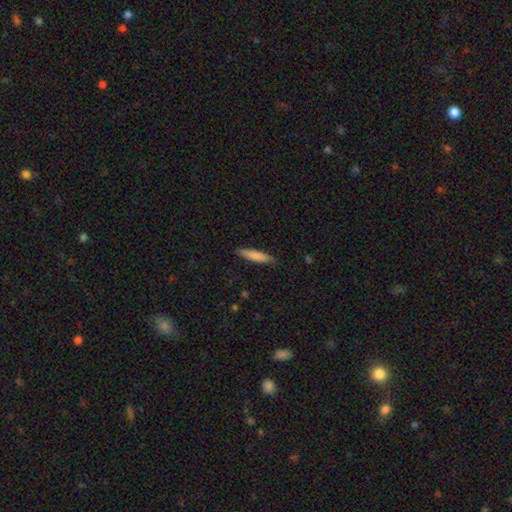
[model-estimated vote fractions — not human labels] Smooth or featured? Predicted: smooth (p=0.81). How rounded? Predicted: cigar-shaped (p=0.87). Merging? Predicted: none (p=0.87).